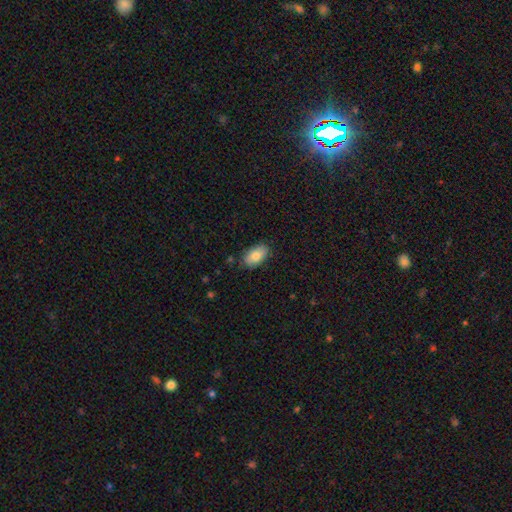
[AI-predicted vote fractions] Morphology: type=smooth (83%); roundness=in between (94%); merging=none (84%).